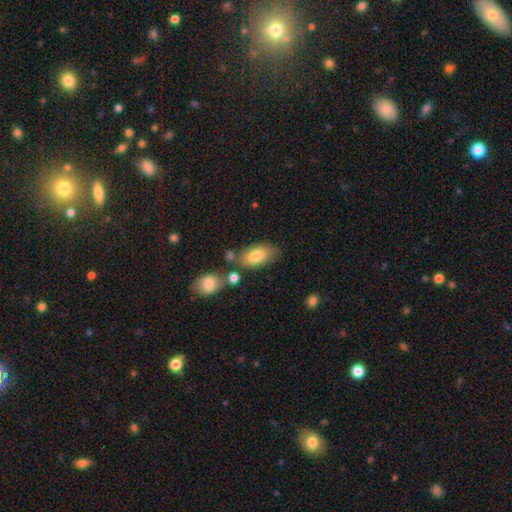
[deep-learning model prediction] Morphology: type=smooth (80%); roundness=in between (91%); merging=none (65%).